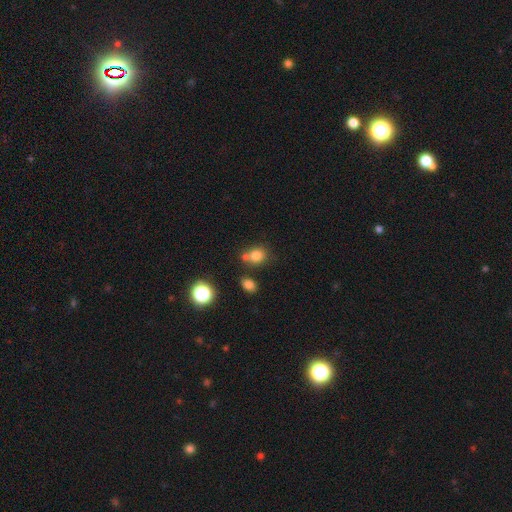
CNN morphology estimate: Smooth or featured? smooth (78%)
How rounded? round (66%)
Merging? none (57%)